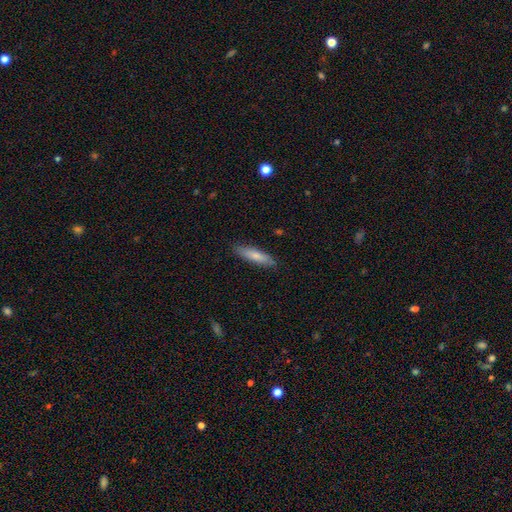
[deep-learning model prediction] Morphology: type=smooth (75%); roundness=cigar-shaped (72%); merging=none (87%).